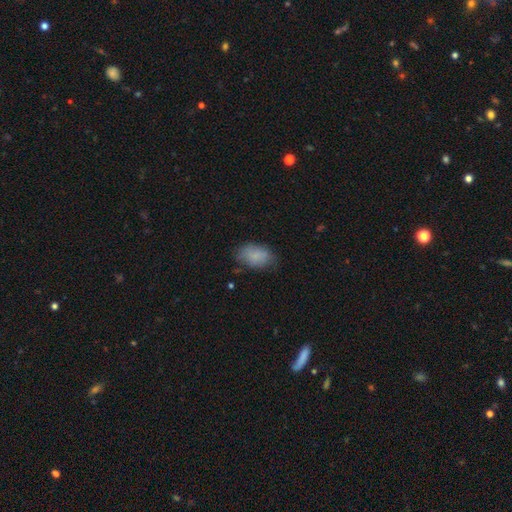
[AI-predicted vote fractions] Smooth or featured: smooth — 82% (featured or disk — 10%)
How rounded: in between — 88% (round — 10%)
Merging: none — 66% (minor disturbance — 25%)